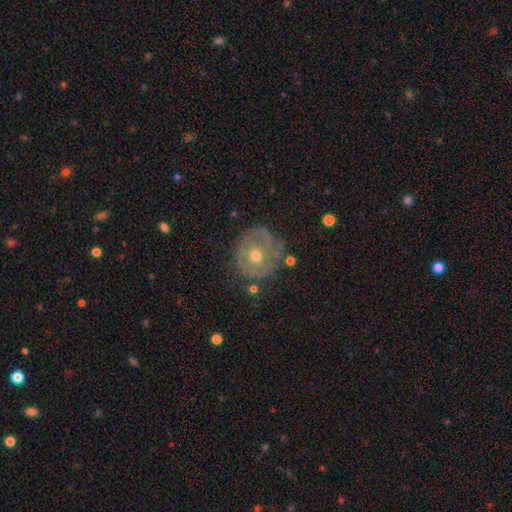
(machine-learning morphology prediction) A featured or disk galaxy (66%) with no bar (81%), spiral arms (65%) and a moderate central bulge (67%). Merging: none (73%).